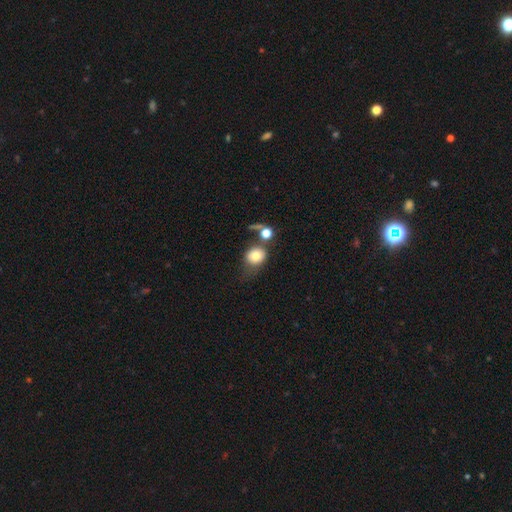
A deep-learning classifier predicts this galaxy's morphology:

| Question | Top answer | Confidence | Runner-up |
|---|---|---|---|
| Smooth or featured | smooth | 74% | featured or disk (16%) |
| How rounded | round | 69% | in between (30%) |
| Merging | none | 39% | merger (27%) |